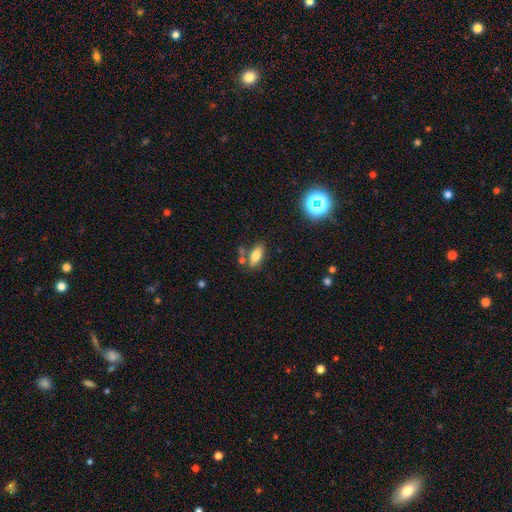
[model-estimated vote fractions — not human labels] A smooth galaxy with no disk features (75%) that is in between round and cigar-shaped (77%). Merging: none (71%).